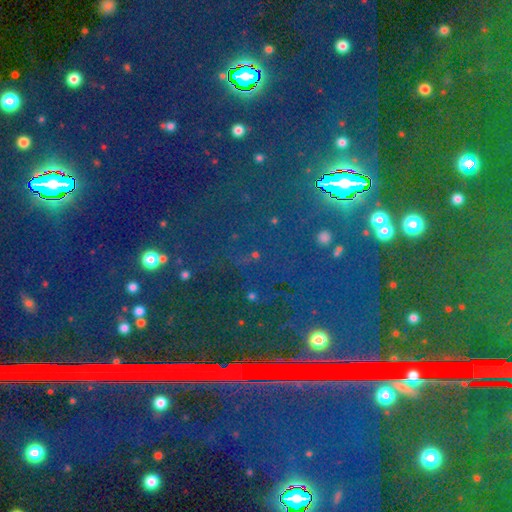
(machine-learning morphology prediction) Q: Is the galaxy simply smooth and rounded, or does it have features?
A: star or artifact — 84%.